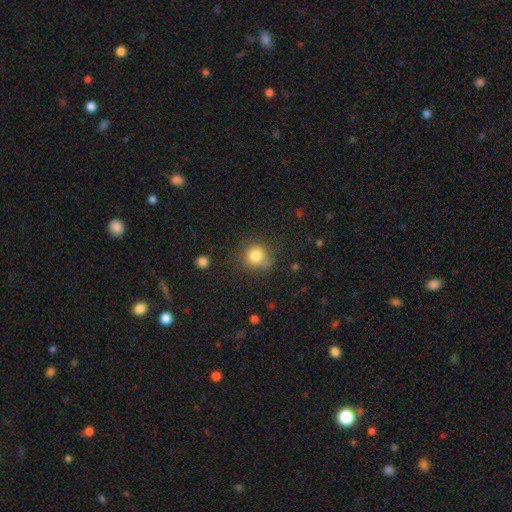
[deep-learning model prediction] Smooth or featured? smooth (81%)
How rounded? round (85%)
Merging? none (72%)